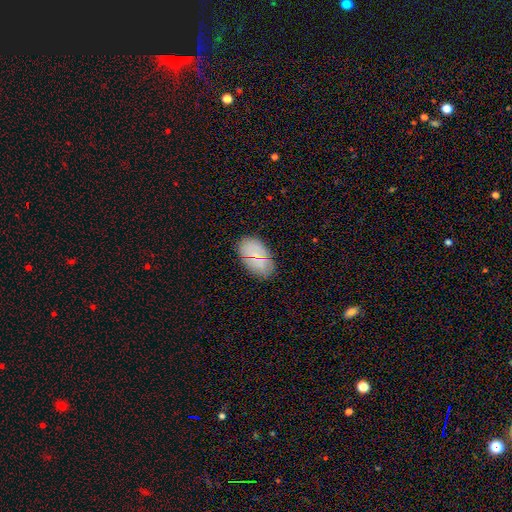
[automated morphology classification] Smooth or featured: smooth — 68% (featured or disk — 20%)
How rounded: in between — 93% (round — 5%)
Merging: none — 83% (minor disturbance — 13%)